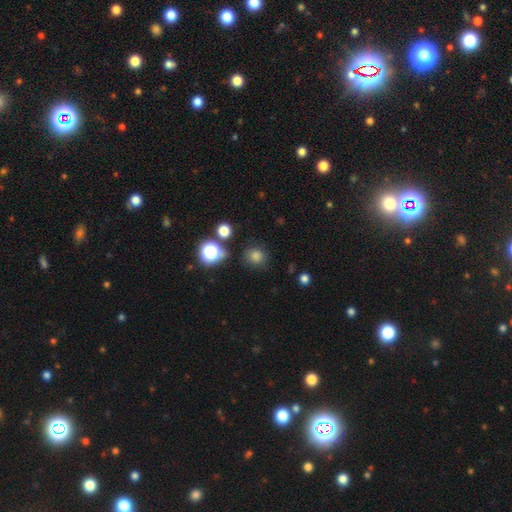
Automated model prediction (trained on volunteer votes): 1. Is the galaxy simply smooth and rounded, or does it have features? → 76% smooth, 18% star or artifact, 5% featured or disk.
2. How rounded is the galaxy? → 86% round, 13% in between, 1% cigar-shaped.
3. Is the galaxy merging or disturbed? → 79% none, 12% minor disturbance, 4% major disturbance, 4% merger.